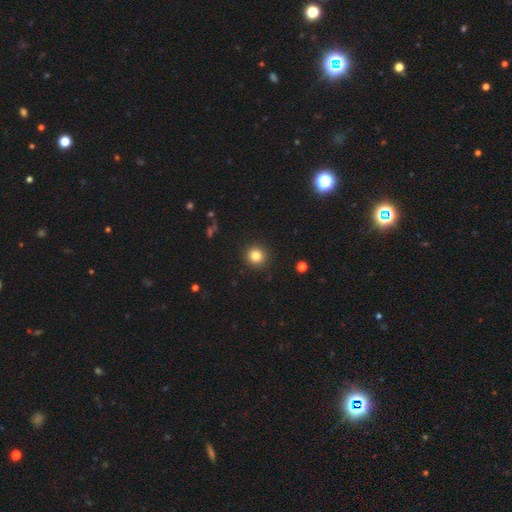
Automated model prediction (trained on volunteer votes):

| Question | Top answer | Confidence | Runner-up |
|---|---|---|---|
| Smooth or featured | smooth | 83% | star or artifact (11%) |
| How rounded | round | 93% | in between (6%) |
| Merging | none | 91% | minor disturbance (5%) |